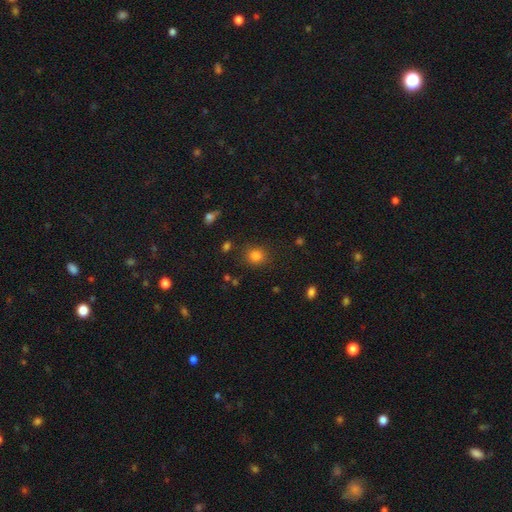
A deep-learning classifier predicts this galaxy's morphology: Smooth or featured?
  - smooth: 82% *
  - star or artifact: 13%
  - featured or disk: 5%
How rounded?
  - round: 81% *
  - in between: 18%
  - cigar-shaped: 1%
Merging?
  - none: 84% *
  - minor disturbance: 10%
  - major disturbance: 4%
  - merger: 2%